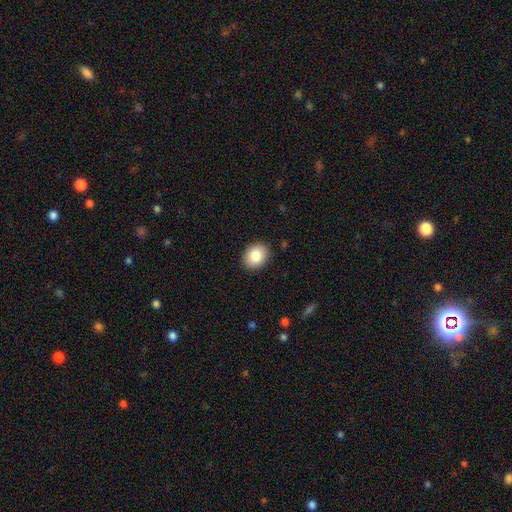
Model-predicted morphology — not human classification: Q: Smooth or featured?
A: smooth (83%); runner-up: featured or disk (8%)
Q: How rounded?
A: in between (54%); runner-up: round (45%)
Q: Merging?
A: none (90%); runner-up: minor disturbance (7%)